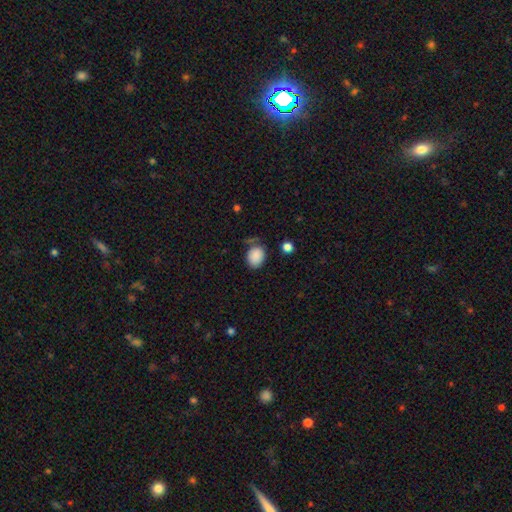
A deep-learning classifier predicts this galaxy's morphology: Smooth or featured? smooth (87%)
How rounded? in between (59%)
Merging? none (69%)